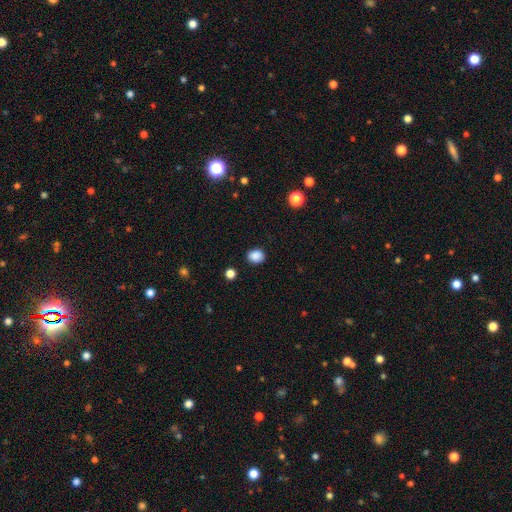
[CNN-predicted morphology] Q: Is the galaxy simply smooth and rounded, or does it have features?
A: smooth — 87%.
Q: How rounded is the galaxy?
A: round — 67%.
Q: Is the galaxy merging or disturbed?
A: none — 88%.